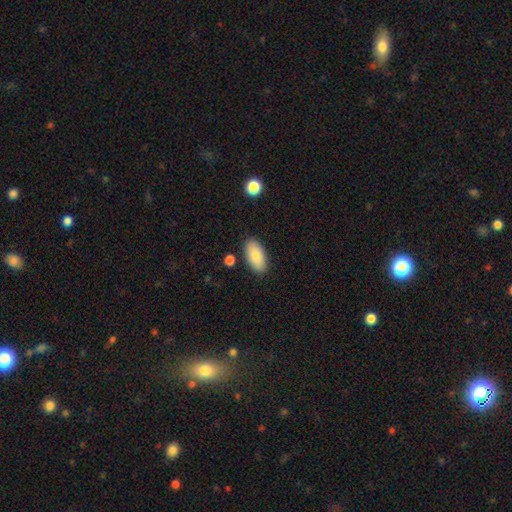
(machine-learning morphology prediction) smooth-or-featured: smooth: 83% | featured or disk: 11% | star or artifact: 6%
  how-rounded: in between: 94% | cigar-shaped: 3% | round: 3%
  merging: none: 86% | minor disturbance: 10% | merger: 3% | major disturbance: 2%